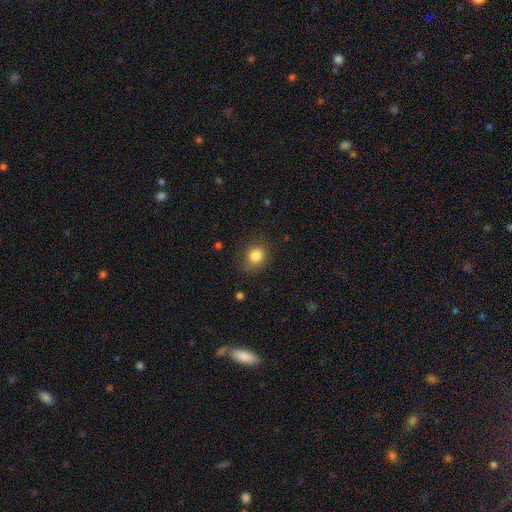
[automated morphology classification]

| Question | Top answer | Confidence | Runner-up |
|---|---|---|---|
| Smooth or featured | smooth | 83% | star or artifact (11%) |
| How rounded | round | 75% | in between (24%) |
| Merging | none | 78% | minor disturbance (15%) |